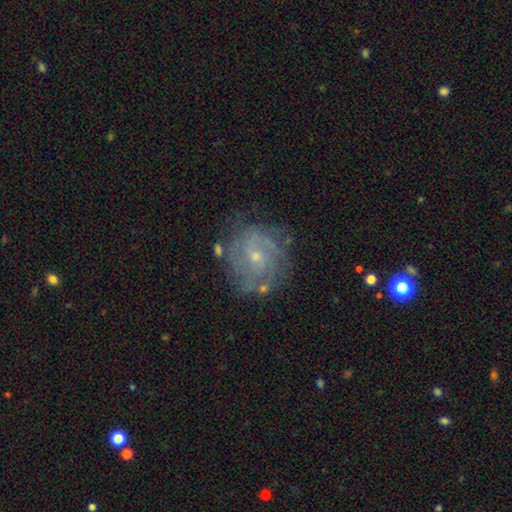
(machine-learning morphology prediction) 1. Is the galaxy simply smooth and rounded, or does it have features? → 77% featured or disk, 14% smooth, 9% star or artifact.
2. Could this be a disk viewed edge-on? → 98% no, 2% yes.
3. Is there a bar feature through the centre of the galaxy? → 64% no, 31% weak, 5% strong.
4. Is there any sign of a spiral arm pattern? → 89% yes, 11% no.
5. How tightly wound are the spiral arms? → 61% tight, 30% medium, 8% loose.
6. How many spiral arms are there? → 40% can't tell, 27% 2, 16% 3, 8% 4, 5% 1, 5% more than 4.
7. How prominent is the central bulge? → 73% small, 24% moderate, 2% none, 1% large, 1% dominant.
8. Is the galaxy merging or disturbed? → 71% none, 18% minor disturbance, 8% major disturbance, 3% merger.